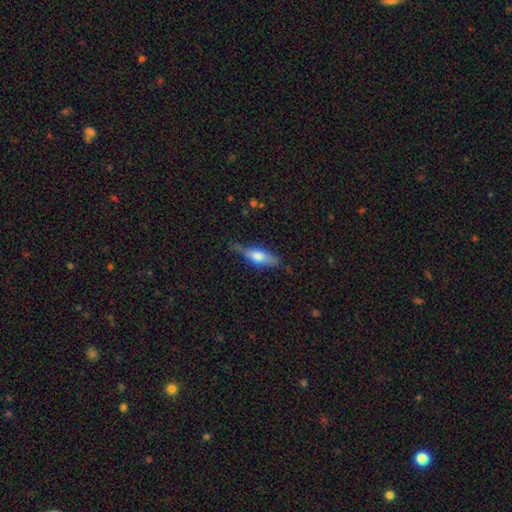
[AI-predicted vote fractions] Smooth or featured?
  - featured or disk: 48% *
  - smooth: 45%
  - star or artifact: 8%
Merging?
  - none: 67% *
  - minor disturbance: 25%
  - major disturbance: 6%
  - merger: 2%